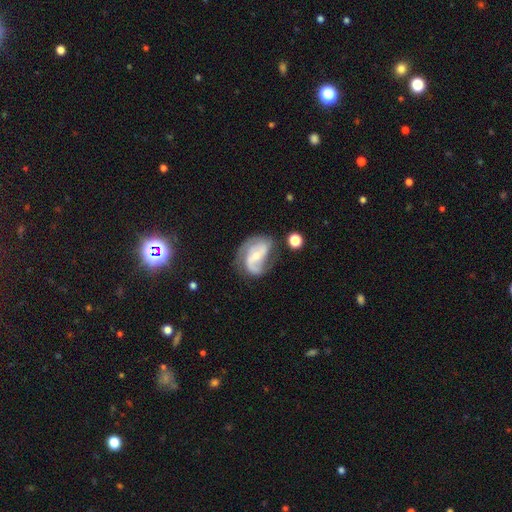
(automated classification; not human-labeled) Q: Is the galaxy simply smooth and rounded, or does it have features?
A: featured or disk — 79%.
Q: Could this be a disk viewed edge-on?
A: no — 97%.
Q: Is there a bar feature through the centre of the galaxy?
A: no — 46%.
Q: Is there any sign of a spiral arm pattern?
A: yes — 93%.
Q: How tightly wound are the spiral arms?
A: medium — 45%.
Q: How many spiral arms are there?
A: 2 — 67%.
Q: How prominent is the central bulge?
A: small — 56%.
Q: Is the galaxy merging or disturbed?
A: none — 52%.